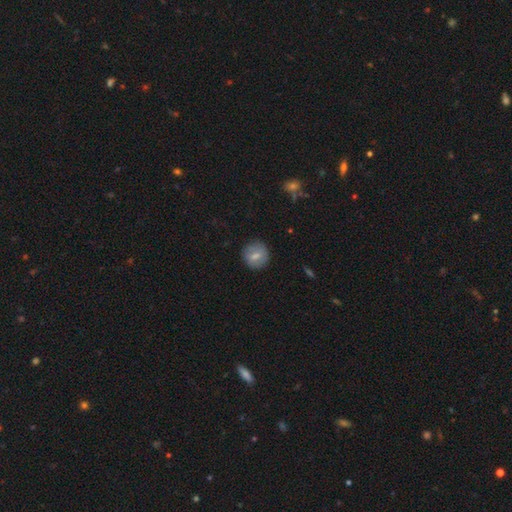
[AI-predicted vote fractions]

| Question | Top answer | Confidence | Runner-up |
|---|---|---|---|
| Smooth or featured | smooth | 68% | featured or disk (24%) |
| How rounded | round | 88% | in between (11%) |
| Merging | none | 86% | minor disturbance (10%) |